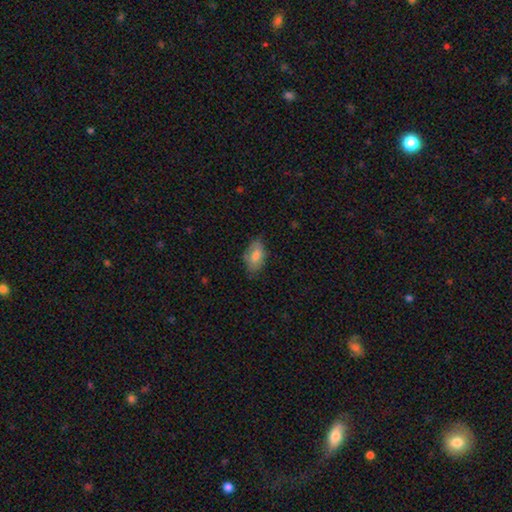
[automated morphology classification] A smooth galaxy with no disk features (74%) that is in between round and cigar-shaped (91%).

Vote fractions:
- Smooth or featured? smooth: 74% / featured or disk: 19% / star or artifact: 8%
- How rounded? in between: 91% / round: 5% / cigar-shaped: 4%
- Merging? none: 71% / minor disturbance: 22% / major disturbance: 5% / merger: 1%